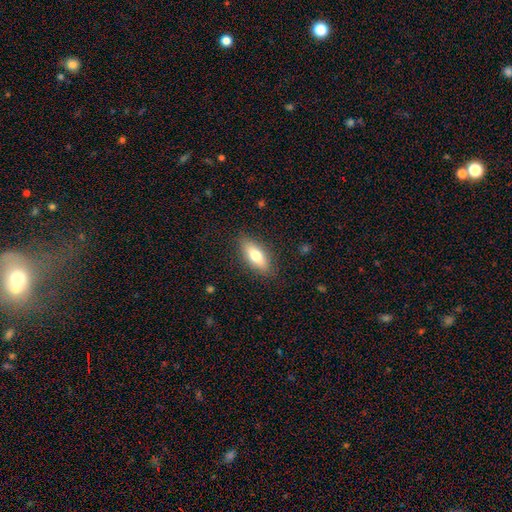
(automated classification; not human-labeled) This is likely a smooth galaxy (71%). How rounded: likely in between (70%). Merging: clearly none (86%).